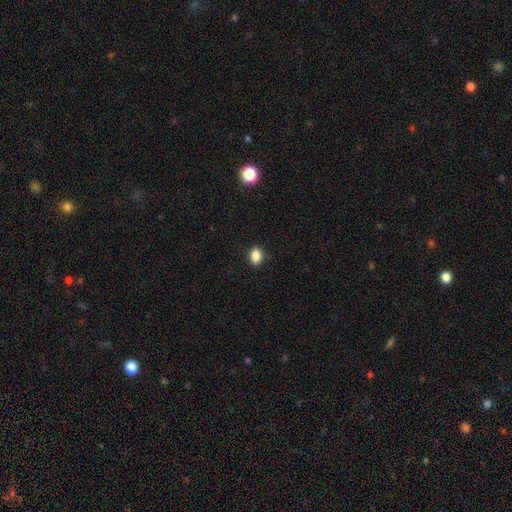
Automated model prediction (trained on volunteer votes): smooth_or_featured: smooth (p=0.87) [alt: star or artifact p=0.09]
how_rounded: in between (p=0.77) [alt: round p=0.21]
merging: none (p=0.88) [alt: minor disturbance p=0.09]